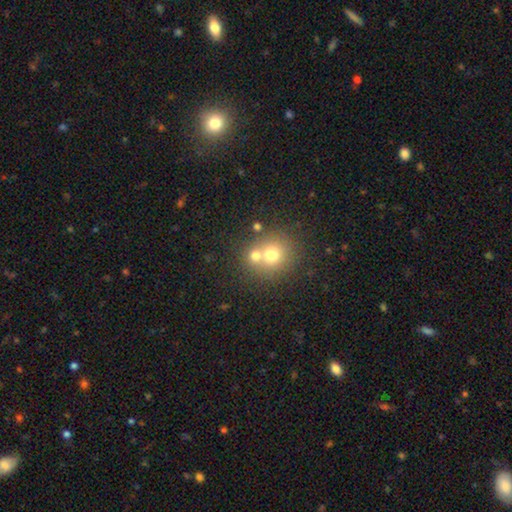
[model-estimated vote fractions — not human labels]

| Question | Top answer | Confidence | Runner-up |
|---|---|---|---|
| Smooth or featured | smooth | 70% | featured or disk (16%) |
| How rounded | round | 85% | in between (14%) |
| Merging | merger | 47% | none (44%) |